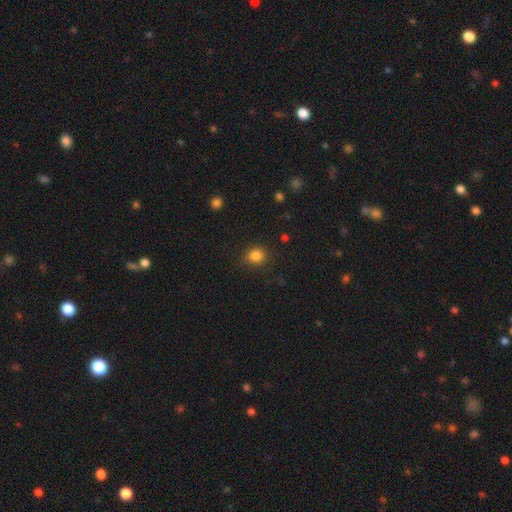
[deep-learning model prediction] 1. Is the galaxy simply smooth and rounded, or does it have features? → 84% smooth, 12% star or artifact, 4% featured or disk.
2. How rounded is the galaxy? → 81% round, 18% in between, 1% cigar-shaped.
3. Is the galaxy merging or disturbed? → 81% none, 14% minor disturbance, 4% major disturbance, 2% merger.